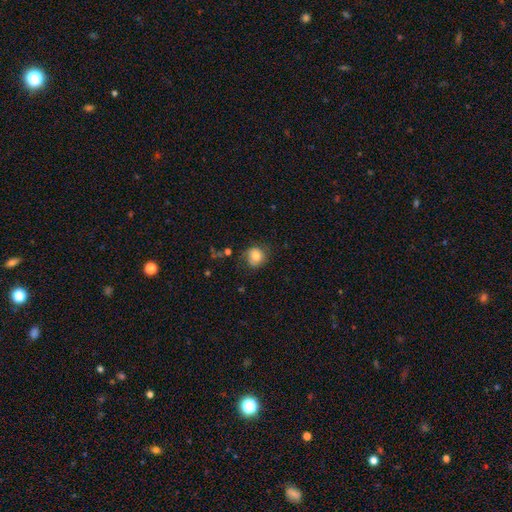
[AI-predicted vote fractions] Smooth or featured? Predicted: smooth (p=0.76). How rounded? Predicted: round (p=0.85). Merging? Predicted: none (p=0.72).